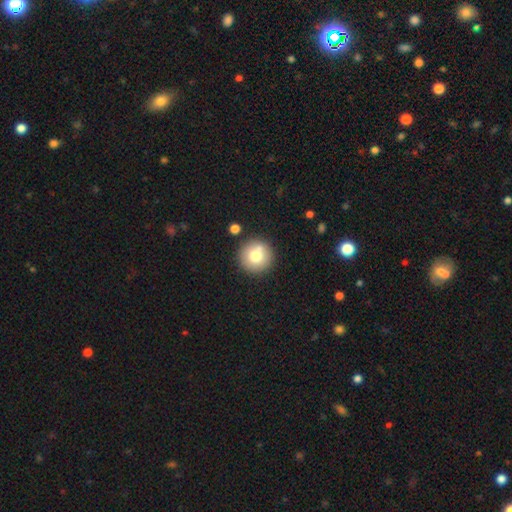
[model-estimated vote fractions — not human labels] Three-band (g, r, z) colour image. It shows a smooth galaxy with no disk features (75%) that is round (95%). Merging: none (82%).